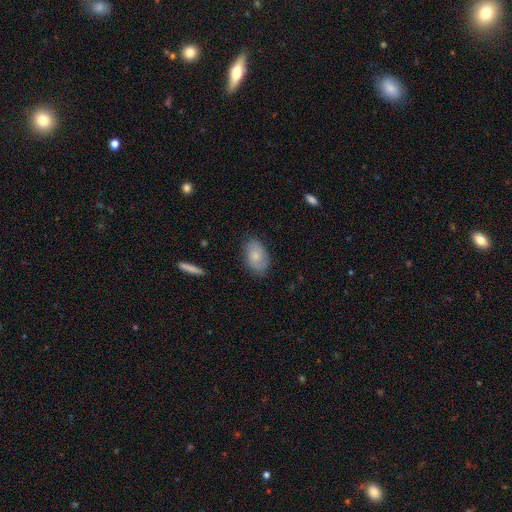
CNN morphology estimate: smooth 60%, featured or disk 33%, star or artifact 7%. Down the decision tree: how rounded — in between (88%); merging — none (77%).